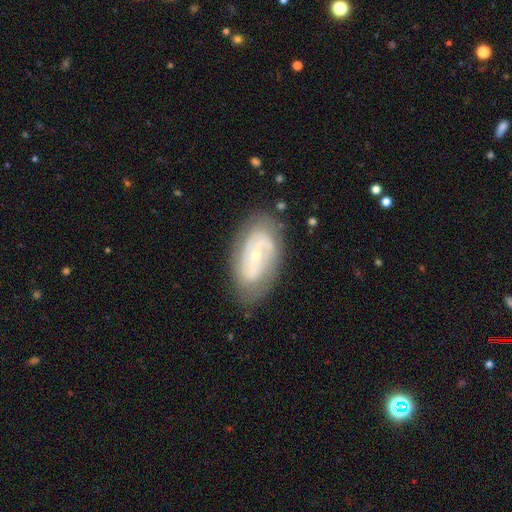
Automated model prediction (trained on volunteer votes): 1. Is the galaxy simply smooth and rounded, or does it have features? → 75% featured or disk, 19% smooth, 6% star or artifact.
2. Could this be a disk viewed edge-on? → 95% no, 5% yes.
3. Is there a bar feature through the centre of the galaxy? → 51% no, 35% weak, 13% strong.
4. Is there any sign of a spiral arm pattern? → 82% yes, 18% no.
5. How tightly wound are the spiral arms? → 48% tight, 37% medium, 15% loose.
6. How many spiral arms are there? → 54% 2, 30% can't tell, 7% 3, 5% 1, 2% 4, 2% more than 4.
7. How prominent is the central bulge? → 73% small, 24% moderate, 1% none, 1% large, 1% dominant.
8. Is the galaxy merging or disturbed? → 76% none, 17% minor disturbance, 6% major disturbance, 2% merger.